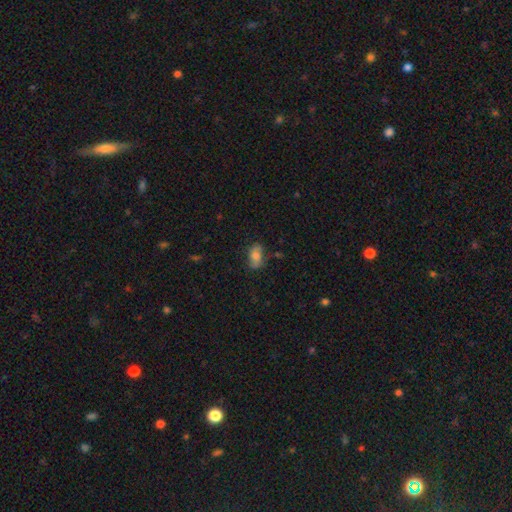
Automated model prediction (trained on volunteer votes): The model was most divided on "smooth or featured": smooth: 63%, featured or disk: 28%, star or artifact: 9%. More confident: how rounded — in between (88%); merging — none (69%).